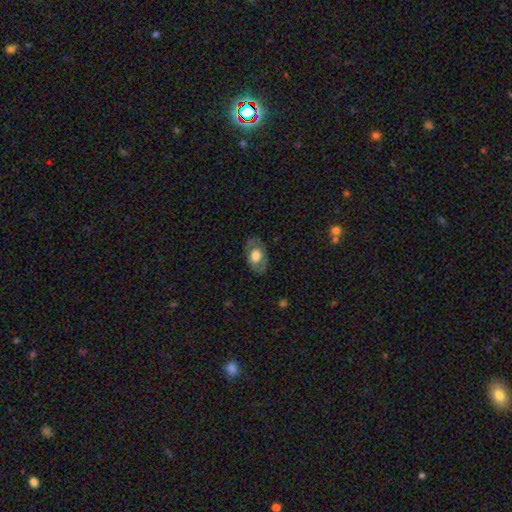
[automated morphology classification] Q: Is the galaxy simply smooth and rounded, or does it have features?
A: smooth — 53%.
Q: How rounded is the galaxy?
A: in between — 87%.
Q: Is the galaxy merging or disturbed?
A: none — 78%.